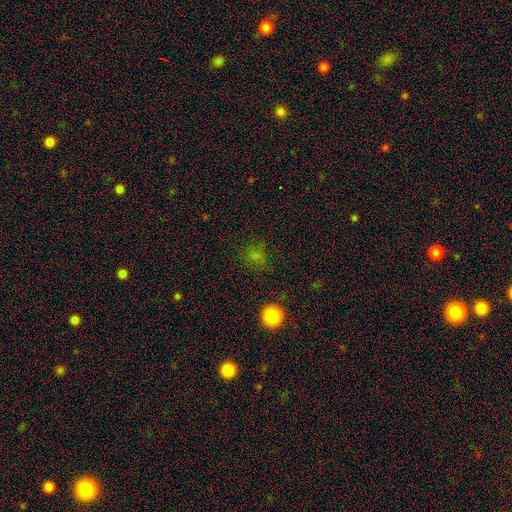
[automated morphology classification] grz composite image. It shows a smooth galaxy with no disk features (61%) that is round (79%). Merging: none (74%).